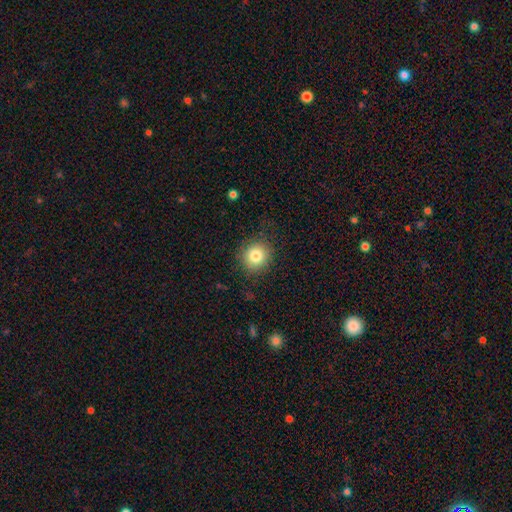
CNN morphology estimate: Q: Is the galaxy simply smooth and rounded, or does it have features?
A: smooth — 81%.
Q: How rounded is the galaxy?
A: round — 87%.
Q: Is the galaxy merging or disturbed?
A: none — 85%.